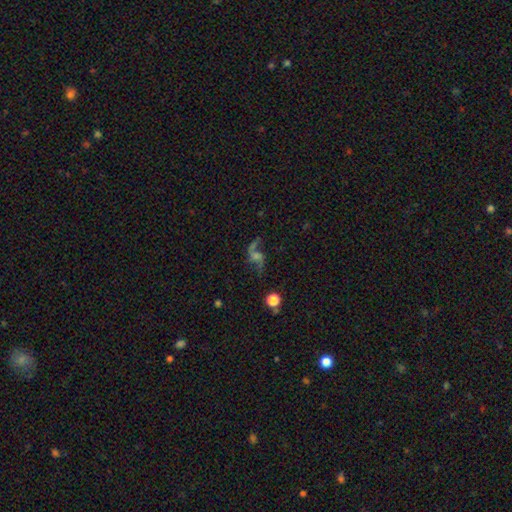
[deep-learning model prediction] Smooth or featured? featured or disk (75%)
Edge-on disk? no (95%)
Bar? no (58%)
Spiral arms? yes (93%)
Spiral winding? loose (86%)
Spiral arm count? 2 (89%)
Bulge size? small (38%)
Merging? none (65%)